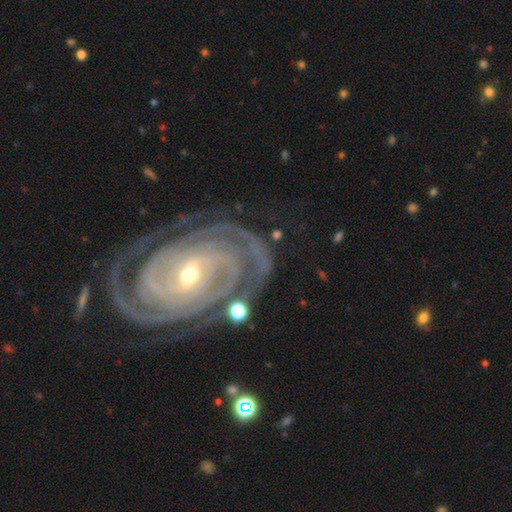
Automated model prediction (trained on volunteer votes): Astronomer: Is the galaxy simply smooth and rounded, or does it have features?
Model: featured or disk — 92%.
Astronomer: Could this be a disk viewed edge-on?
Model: no — 97%.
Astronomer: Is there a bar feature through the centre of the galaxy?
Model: weak — 38% (runner-up: strong, 33%).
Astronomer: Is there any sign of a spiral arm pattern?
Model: yes — 98%.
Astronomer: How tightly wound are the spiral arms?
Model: tight — 82%.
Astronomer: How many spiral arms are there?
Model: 2 — 24% (runner-up: 3, 23%).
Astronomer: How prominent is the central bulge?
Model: small — 59% (runner-up: moderate, 38%).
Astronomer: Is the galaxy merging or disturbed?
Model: none — 75%.